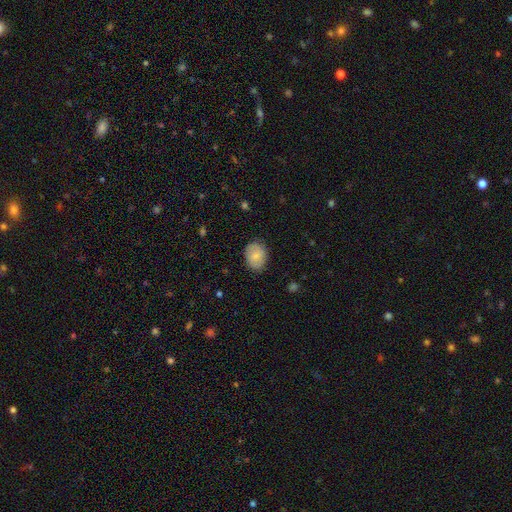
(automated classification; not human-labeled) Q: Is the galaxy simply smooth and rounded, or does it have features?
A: smooth — 76%.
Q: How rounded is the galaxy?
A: in between — 65%.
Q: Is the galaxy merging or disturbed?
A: none — 81%.